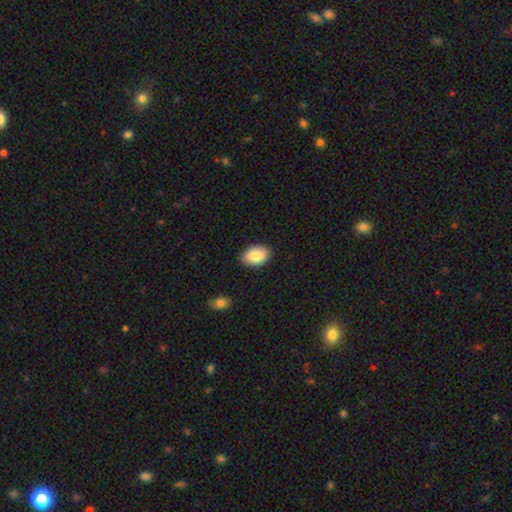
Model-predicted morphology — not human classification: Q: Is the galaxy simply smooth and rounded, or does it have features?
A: smooth — 87%.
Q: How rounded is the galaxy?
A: in between — 87%.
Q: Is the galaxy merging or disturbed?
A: none — 88%.